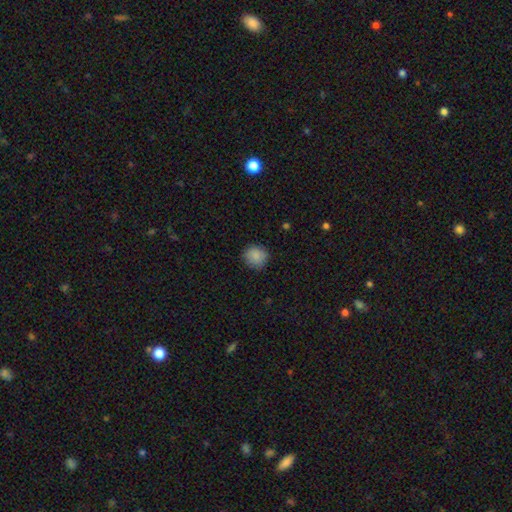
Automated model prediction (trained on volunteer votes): A smooth galaxy with no disk features (87%) that is round (88%). Merging: none (86%).